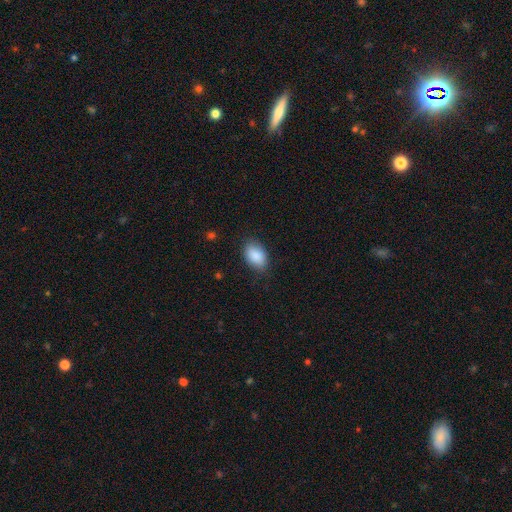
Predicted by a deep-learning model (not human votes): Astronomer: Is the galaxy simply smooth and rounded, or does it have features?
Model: smooth — 88%.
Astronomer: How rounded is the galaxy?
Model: in between — 88%.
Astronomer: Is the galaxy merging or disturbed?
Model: none — 79%.